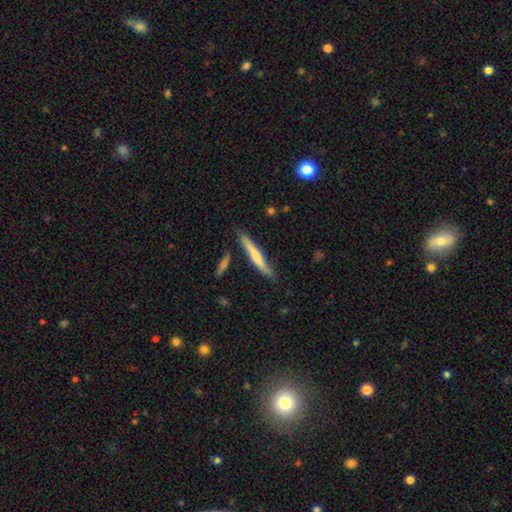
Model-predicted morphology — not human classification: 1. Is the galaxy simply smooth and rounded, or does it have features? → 62% smooth, 33% featured or disk, 5% star or artifact.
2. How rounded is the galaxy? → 94% cigar-shaped, 4% in between, 1% round.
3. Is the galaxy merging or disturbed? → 77% none, 16% minor disturbance, 4% merger, 3% major disturbance.